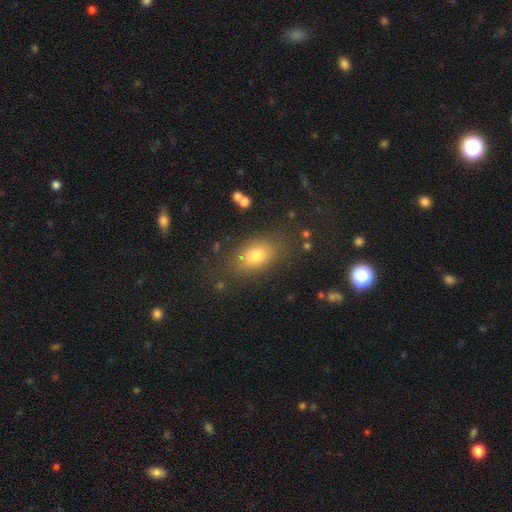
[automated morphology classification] Smooth or featured: smooth — 73% (star or artifact — 15%)
How rounded: in between — 82% (round — 14%)
Merging: none — 80% (minor disturbance — 12%)